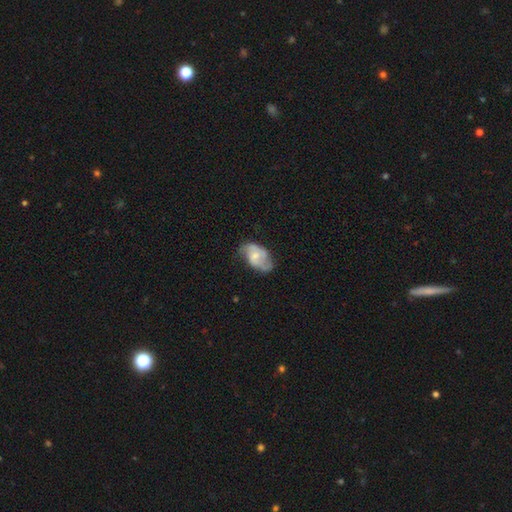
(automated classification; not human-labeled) smooth_or_featured: featured or disk (p=0.52) [alt: smooth p=0.41]
disk_edge_on: no (p=0.96) [alt: yes p=0.04]
merging: none (p=0.52) [alt: minor disturbance p=0.32]